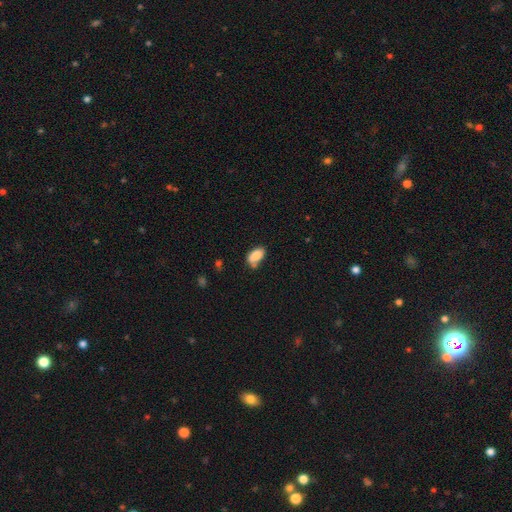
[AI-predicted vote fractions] smooth_or_featured: smooth (p=0.84) [alt: star or artifact p=0.08]
how_rounded: in between (p=0.91) [alt: round p=0.05]
merging: none (p=0.57) [alt: minor disturbance p=0.24]